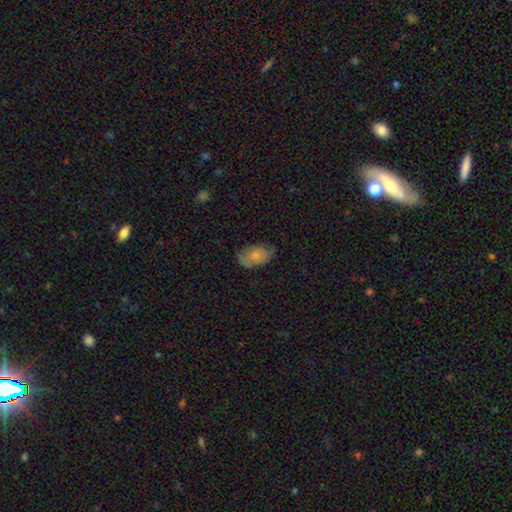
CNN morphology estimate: smooth_or_featured: smooth (p=0.70) [alt: featured or disk p=0.23]
how_rounded: in between (p=0.90) [alt: round p=0.08]
merging: none (p=0.64) [alt: minor disturbance p=0.28]